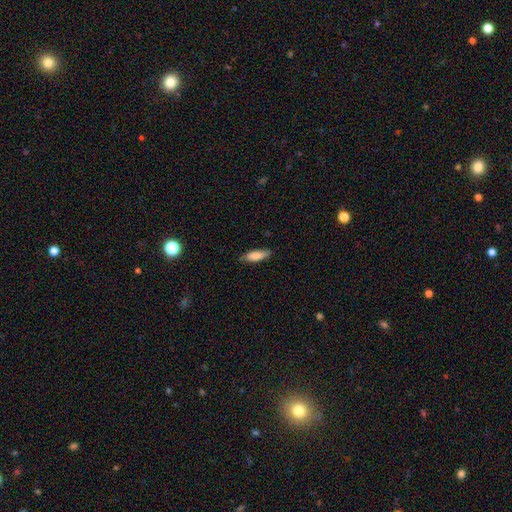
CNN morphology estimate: smooth-or-featured: smooth: 84% | featured or disk: 10% | star or artifact: 6%
  how-rounded: in between: 53% | cigar-shaped: 46% | round: 2%
  merging: none: 80% | minor disturbance: 16% | major disturbance: 3% | merger: 1%